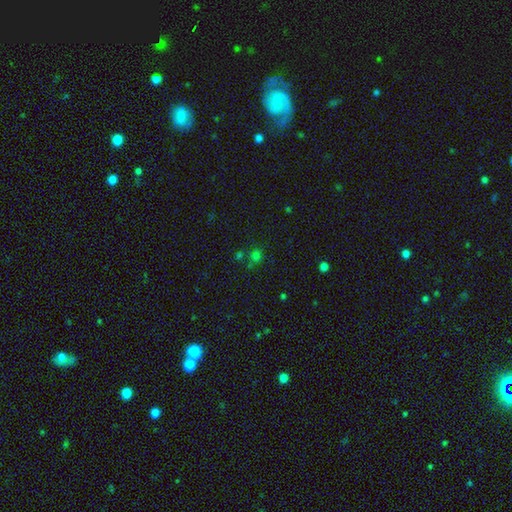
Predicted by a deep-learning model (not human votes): Smooth or featured? smooth (61%)
How rounded? round (83%)
Merging? none (69%)